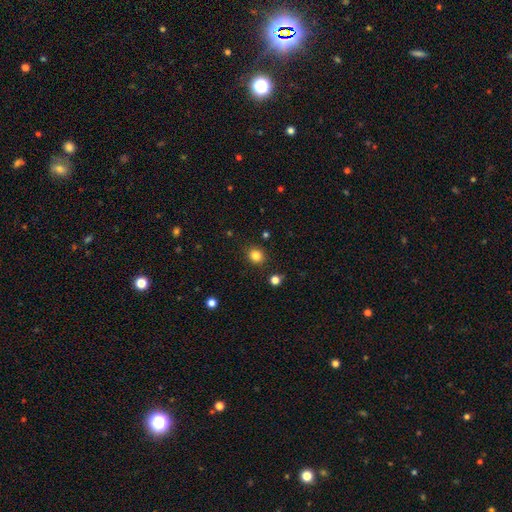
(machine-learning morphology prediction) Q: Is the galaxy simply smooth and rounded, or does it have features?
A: smooth — 83%.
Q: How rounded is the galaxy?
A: round — 79%.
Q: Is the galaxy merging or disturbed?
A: none — 88%.